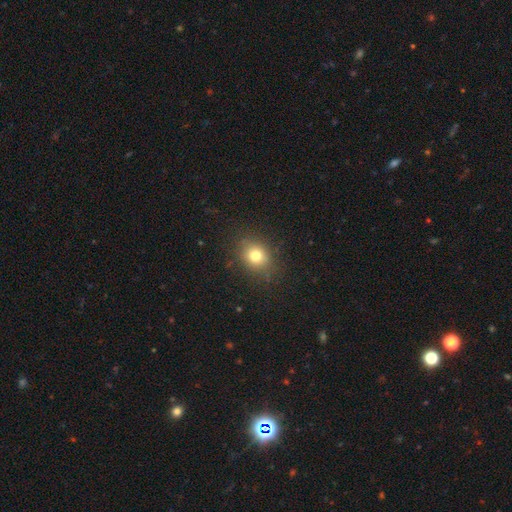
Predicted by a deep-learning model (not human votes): This is likely a smooth galaxy (76%). How rounded: likely round (71%). Merging: clearly none (85%).